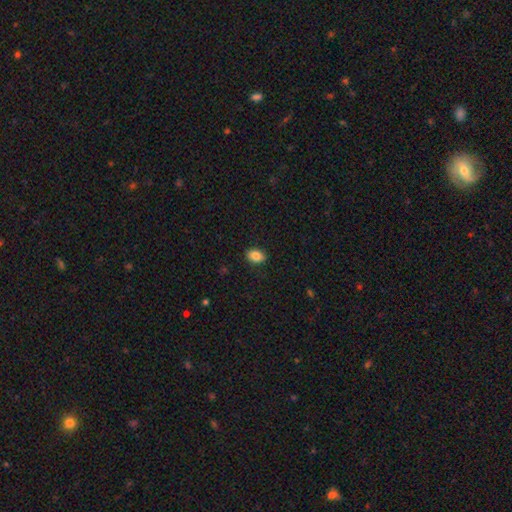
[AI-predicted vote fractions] smooth 86%, star or artifact 9%, featured or disk 5%. Down the decision tree: how rounded — in between (77%); merging — none (88%).